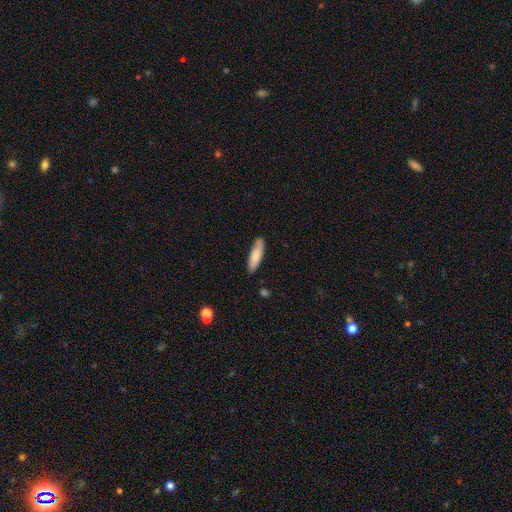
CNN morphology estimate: A smooth galaxy with no disk features (79%) that is cigar-shaped (64%). Merging: none (81%).